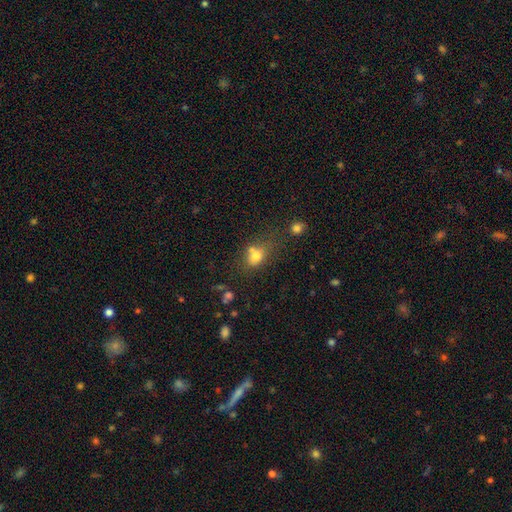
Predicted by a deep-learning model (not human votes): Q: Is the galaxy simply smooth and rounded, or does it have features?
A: smooth — 74%.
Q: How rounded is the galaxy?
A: in between — 53%.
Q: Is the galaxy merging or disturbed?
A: none — 45%.